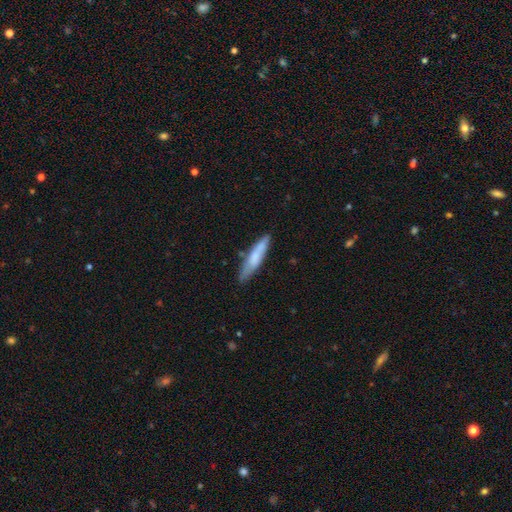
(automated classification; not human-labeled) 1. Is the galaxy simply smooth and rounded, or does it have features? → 66% smooth, 28% featured or disk, 6% star or artifact.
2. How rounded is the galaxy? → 83% cigar-shaped, 16% in between, 1% round.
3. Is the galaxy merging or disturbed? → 76% none, 18% minor disturbance, 3% major disturbance, 3% merger.